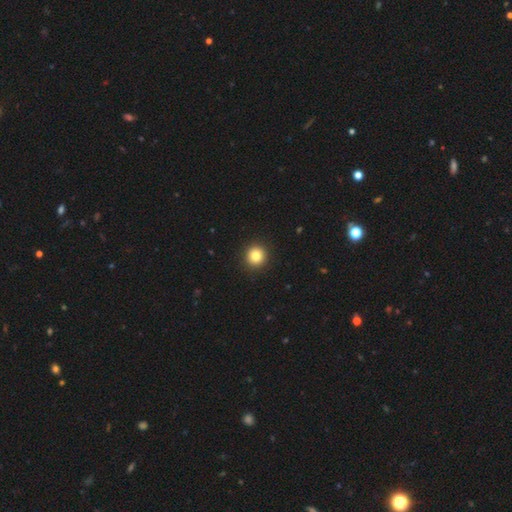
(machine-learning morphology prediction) smooth-or-featured: smooth: 84% | star or artifact: 11% | featured or disk: 6%
  how-rounded: round: 93% | in between: 6% | cigar-shaped: 1%
  merging: none: 93% | minor disturbance: 4% | major disturbance: 2% | merger: 1%